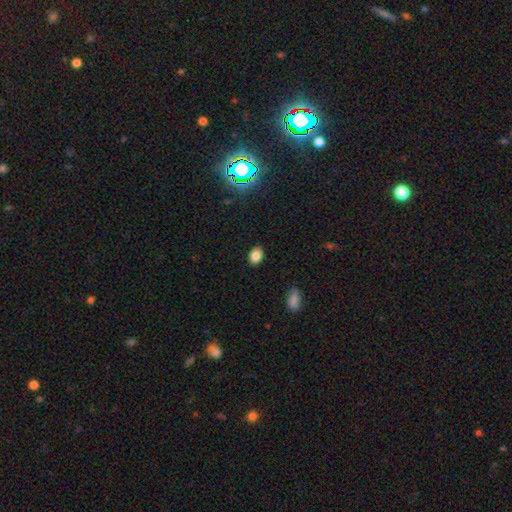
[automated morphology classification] Overall: smooth (83%). How rounded: in between (78%). Merging: none (88%).